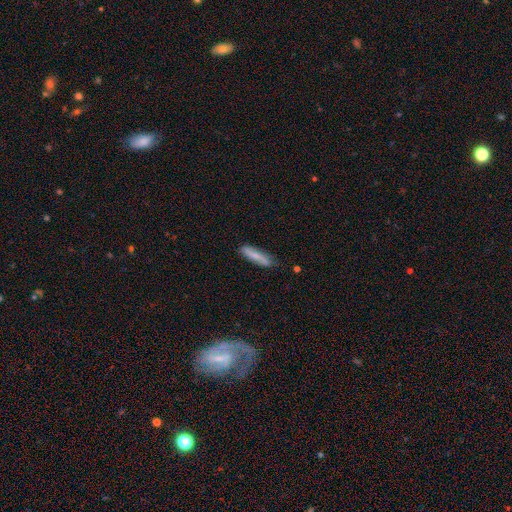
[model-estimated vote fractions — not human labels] Q: Smooth or featured?
A: smooth (65%); runner-up: featured or disk (29%)
Q: How rounded?
A: cigar-shaped (78%); runner-up: in between (20%)
Q: Merging?
A: none (77%); runner-up: minor disturbance (18%)